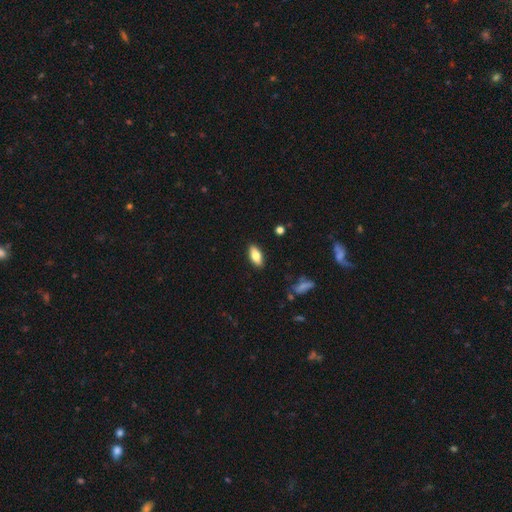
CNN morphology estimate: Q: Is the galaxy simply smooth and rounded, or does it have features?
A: smooth — 72%.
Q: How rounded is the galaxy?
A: in between — 82%.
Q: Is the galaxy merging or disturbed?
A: none — 88%.